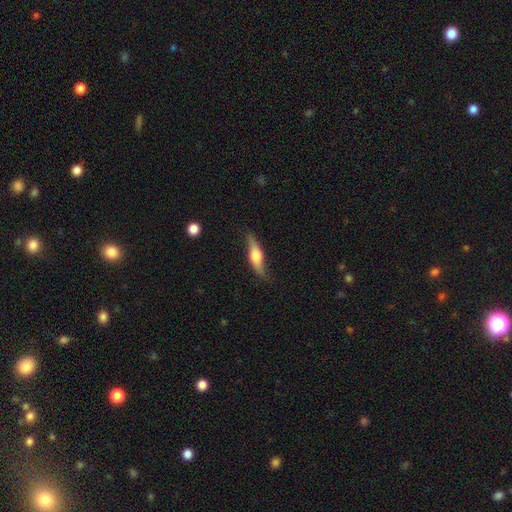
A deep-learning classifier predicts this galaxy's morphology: This appears to be a featured or disk galaxy (55%) viewed edge-on (79%). Merging: none (74%).